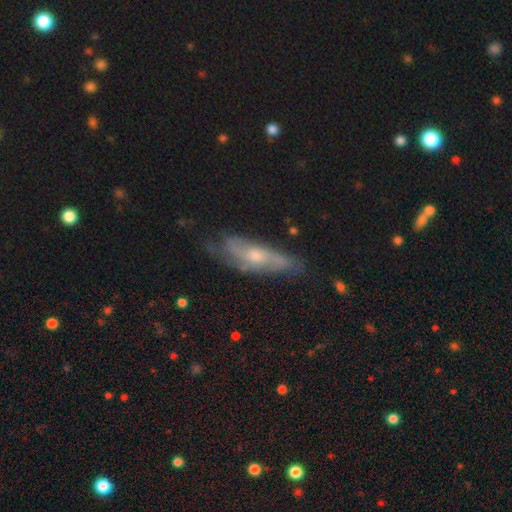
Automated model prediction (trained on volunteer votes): Smooth or featured? featured or disk (66%)
Edge-on disk? no (66%)
Merging? none (72%)